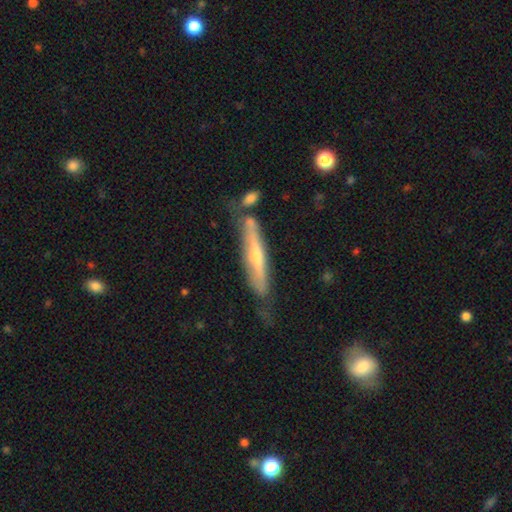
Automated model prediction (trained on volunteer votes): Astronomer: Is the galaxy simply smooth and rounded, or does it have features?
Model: featured or disk — 67%.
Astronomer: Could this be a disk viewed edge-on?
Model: yes — 79%.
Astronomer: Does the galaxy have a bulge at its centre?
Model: rounded — 73%.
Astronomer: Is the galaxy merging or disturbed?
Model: none — 60%.